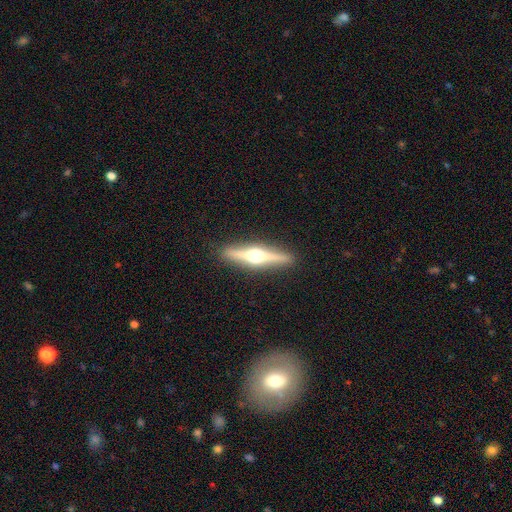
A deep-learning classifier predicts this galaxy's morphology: This appears to be a featured or disk galaxy (78%) viewed edge-on (98%) with a rounded central bulge (96%). Merging: none (91%).